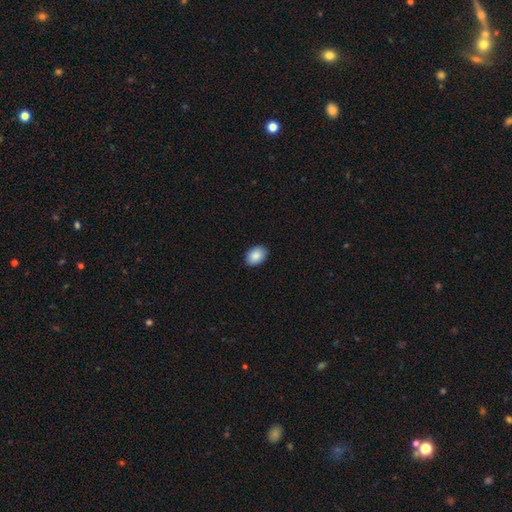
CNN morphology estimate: Overall: smooth (89%). How rounded: in between (84%). Merging: none (90%).